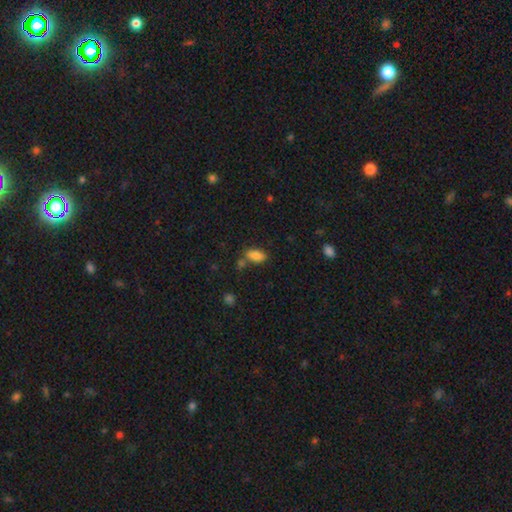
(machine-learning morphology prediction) A smooth galaxy with no disk features (83%) that is in between round and cigar-shaped (90%). Merging: none (60%).